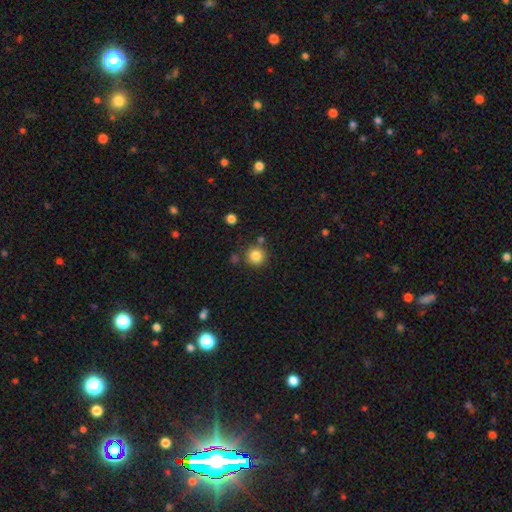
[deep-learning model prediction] This is clearly a smooth galaxy (83%). How rounded: clearly round (94%). Merging: clearly none (80%).